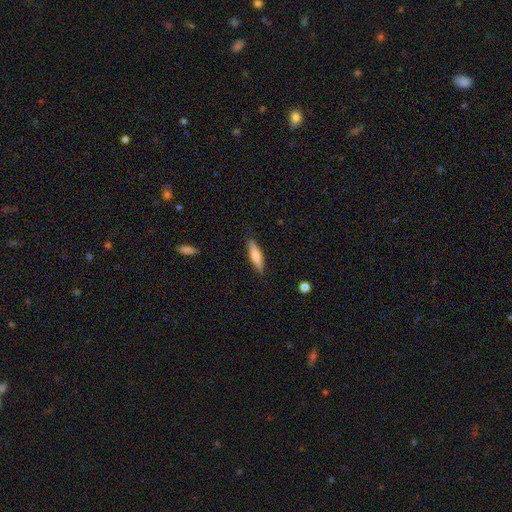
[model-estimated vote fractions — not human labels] Overall: smooth (55%; featured or disk 39%). How rounded: cigar-shaped (77%). Merging: none (88%).